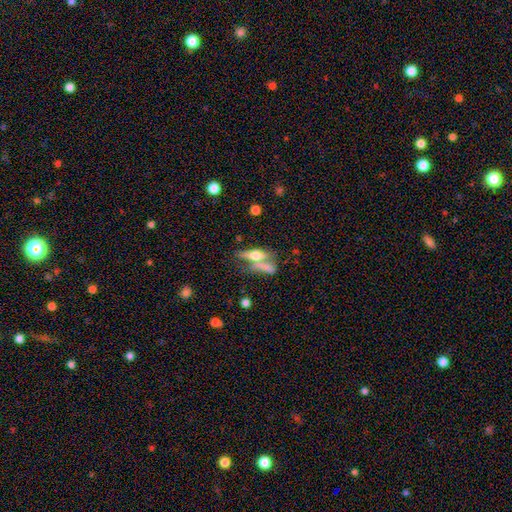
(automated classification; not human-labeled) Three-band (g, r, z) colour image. It shows a smooth galaxy with no disk features (47%). Merging: none (45%).